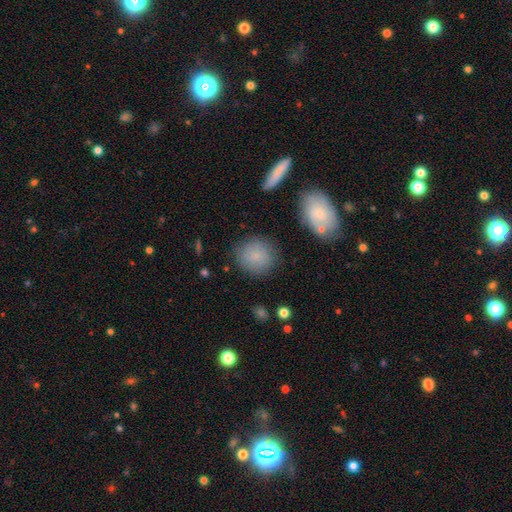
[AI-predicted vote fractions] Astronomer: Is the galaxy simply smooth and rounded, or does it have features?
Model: smooth — 79%.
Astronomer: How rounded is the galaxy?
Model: round — 87%.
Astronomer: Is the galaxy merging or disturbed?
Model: none — 83%.